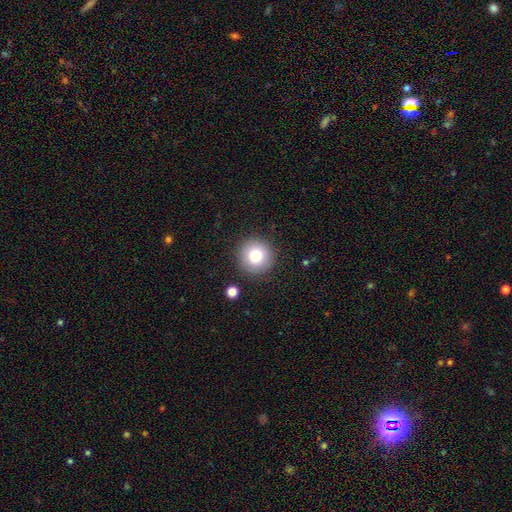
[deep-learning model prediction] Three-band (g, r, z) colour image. It shows a smooth galaxy with no disk features (78%) that is round (95%). Merging: none (88%).